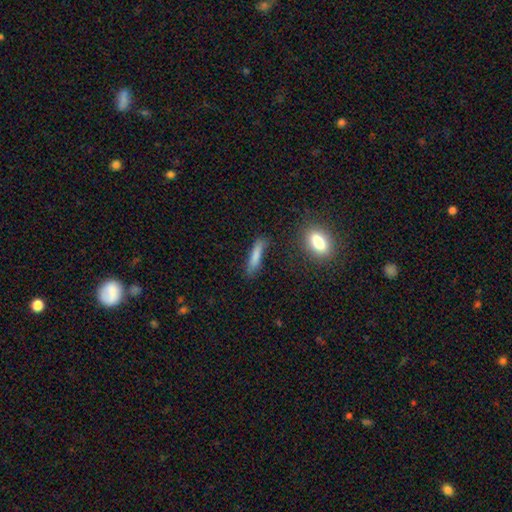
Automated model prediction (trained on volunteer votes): Smooth or featured? smooth (80%)
How rounded? cigar-shaped (84%)
Merging? none (72%)